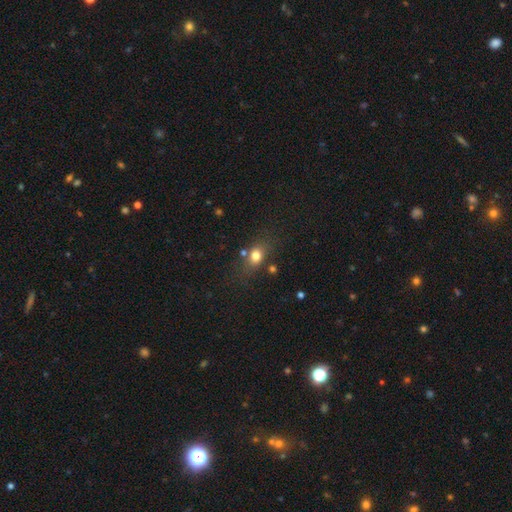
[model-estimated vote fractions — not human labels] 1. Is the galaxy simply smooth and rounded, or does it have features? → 76% smooth, 13% star or artifact, 11% featured or disk.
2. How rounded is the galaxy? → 58% in between, 37% round, 4% cigar-shaped.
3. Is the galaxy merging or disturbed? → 66% none, 18% minor disturbance, 9% merger, 7% major disturbance.